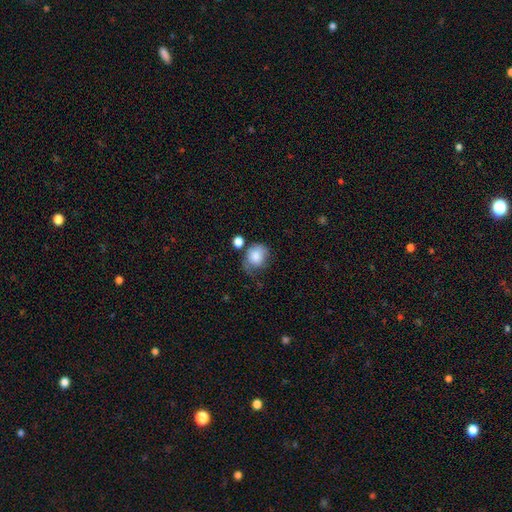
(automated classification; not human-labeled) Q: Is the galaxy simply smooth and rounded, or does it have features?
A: smooth — 77%.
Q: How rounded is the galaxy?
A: round — 60%.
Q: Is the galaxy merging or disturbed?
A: none — 37%.